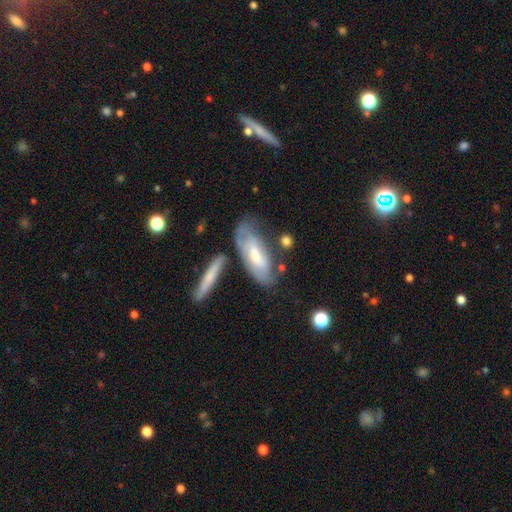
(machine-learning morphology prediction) This appears to be a featured or disk galaxy (50%). Merging: none (46%).